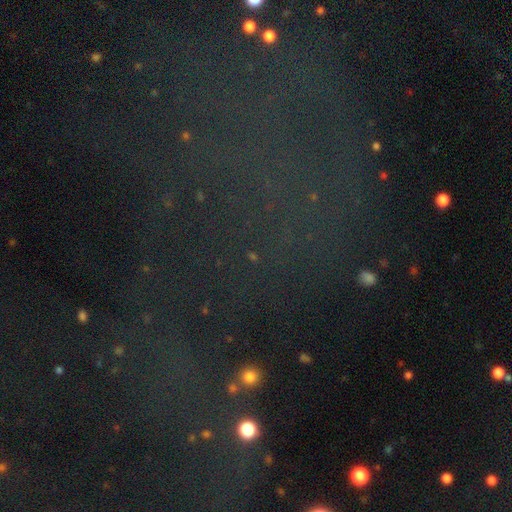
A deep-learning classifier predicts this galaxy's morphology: A star or artifact, not a galaxy (63%).